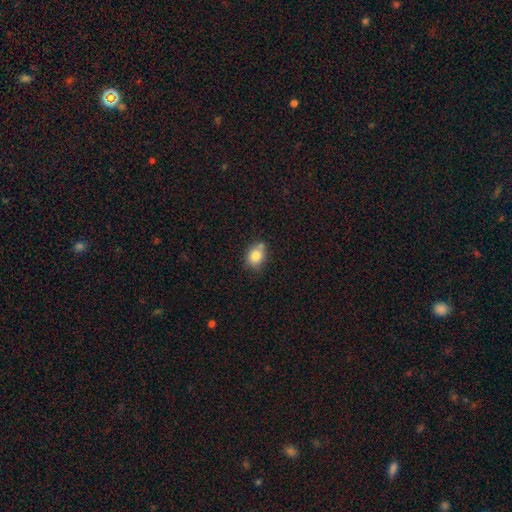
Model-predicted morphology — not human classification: smooth_or_featured: smooth (p=0.82) [alt: star or artifact p=0.09]
how_rounded: in between (p=0.54) [alt: round p=0.45]
merging: none (p=0.60) [alt: minor disturbance p=0.26]